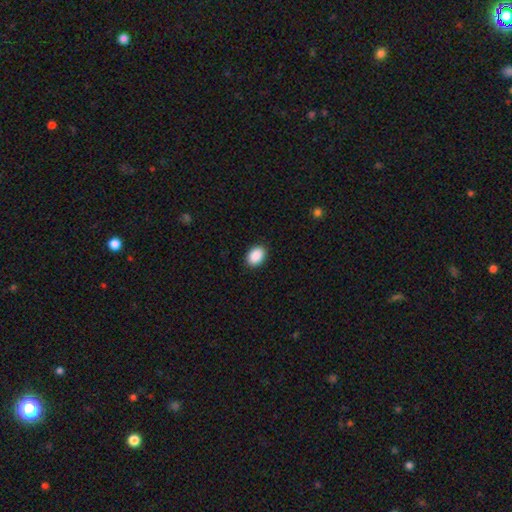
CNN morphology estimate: Smooth or featured: smooth — 91% (star or artifact — 7%)
How rounded: in between — 82% (round — 17%)
Merging: none — 90% (minor disturbance — 7%)